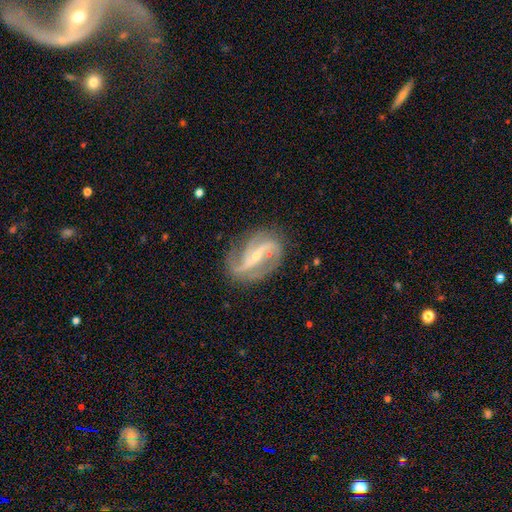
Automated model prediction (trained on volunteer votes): featured or disk 90%, star or artifact 5%, smooth 5%. Down the decision tree: edge-on disk — no (97%); bar — strong (43%); spiral arms — yes (97%); spiral arm count — 2 (59%); spiral winding — medium (44%); bulge size — small (73%); merging — none (72%).